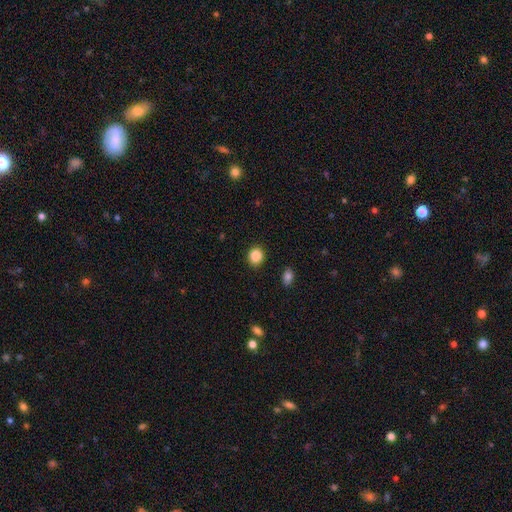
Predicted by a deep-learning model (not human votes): Q: Smooth or featured?
A: smooth (88%); runner-up: star or artifact (9%)
Q: How rounded?
A: round (72%); runner-up: in between (27%)
Q: Merging?
A: none (87%); runner-up: minor disturbance (9%)